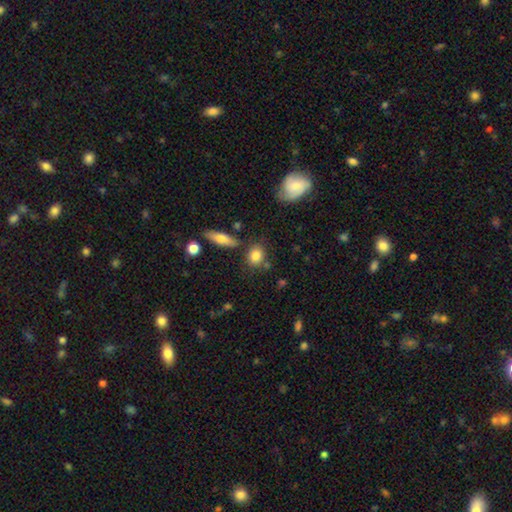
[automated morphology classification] This is clearly a smooth galaxy (83%). How rounded: possibly round (57%). Merging: likely none (73%).